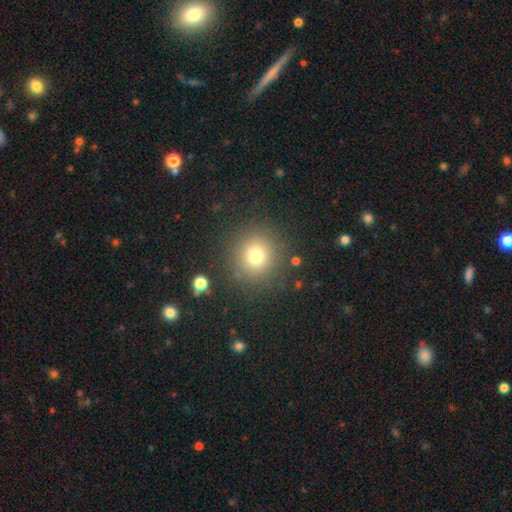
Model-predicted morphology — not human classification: A smooth galaxy with no disk features (76%) that is round (91%).

Vote fractions:
- Smooth or featured? smooth: 76% / star or artifact: 15% / featured or disk: 9%
- How rounded? round: 91% / in between: 8% / cigar-shaped: 1%
- Merging? none: 87% / minor disturbance: 7% / major disturbance: 4% / merger: 2%